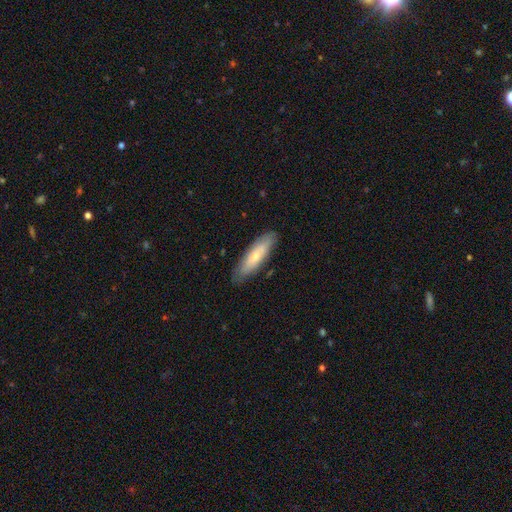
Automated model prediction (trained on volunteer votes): The model was most divided on "how rounded": cigar-shaped: 63%, in between: 35%, round: 2%. More confident: merging — none (83%); smooth or featured — smooth (64%).